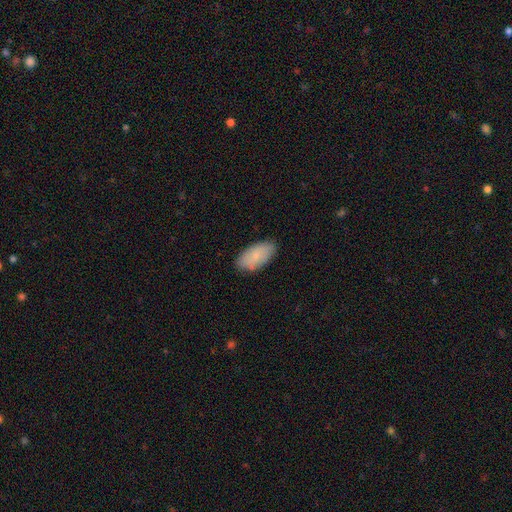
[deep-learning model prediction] Smooth or featured: smooth — 80% (featured or disk — 13%)
How rounded: in between — 94% (cigar-shaped — 4%)
Merging: none — 84% (minor disturbance — 12%)